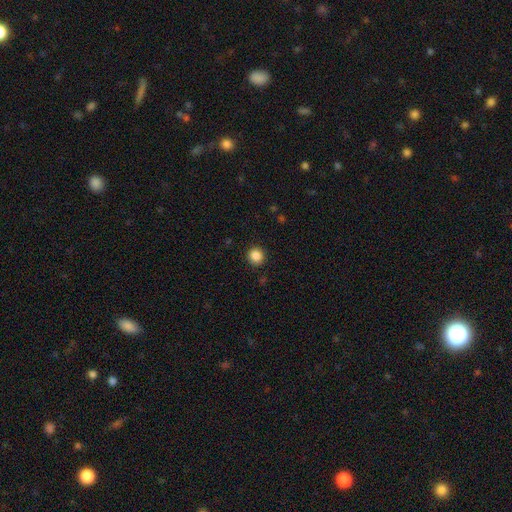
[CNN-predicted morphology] A smooth galaxy with no disk features (86%) that is round (93%).

Vote fractions:
- Smooth or featured? smooth: 86% / star or artifact: 11% / featured or disk: 4%
- How rounded? round: 93% / in between: 6% / cigar-shaped: 1%
- Merging? none: 92% / minor disturbance: 5% / major disturbance: 2% / merger: 1%